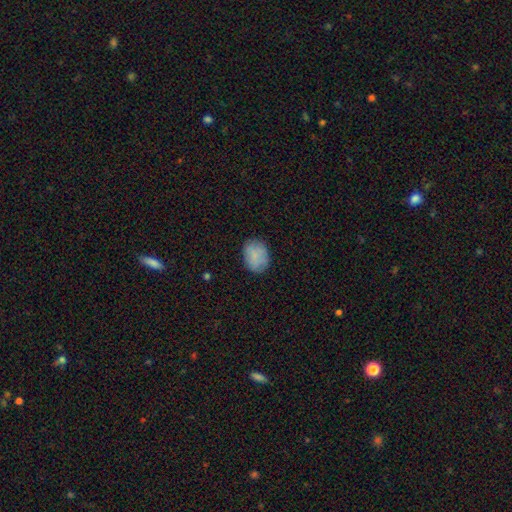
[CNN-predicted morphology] Smooth or featured: smooth — 82% (featured or disk — 10%)
How rounded: in between — 66% (round — 33%)
Merging: none — 80% (minor disturbance — 15%)